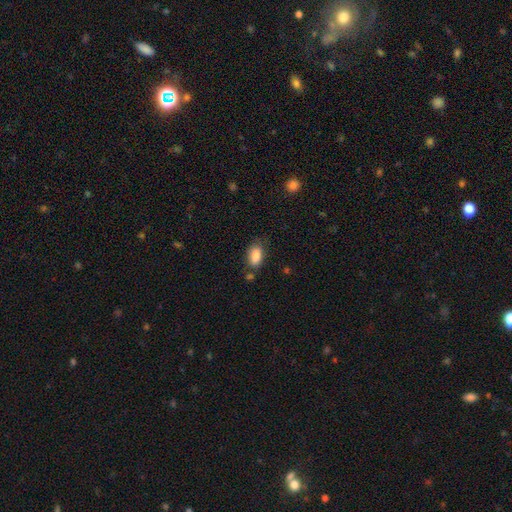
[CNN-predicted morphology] smooth 86%, star or artifact 8%, featured or disk 6%. Down the decision tree: how rounded — in between (89%); merging — none (65%).